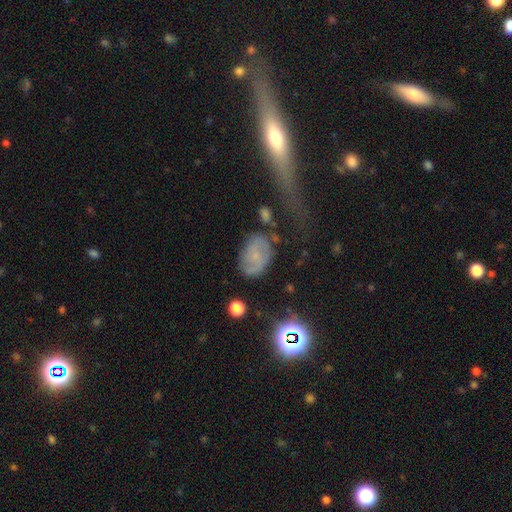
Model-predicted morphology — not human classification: featured or disk 44%, smooth 41%, star or artifact 14%. Down the decision tree: merging — none (61%).